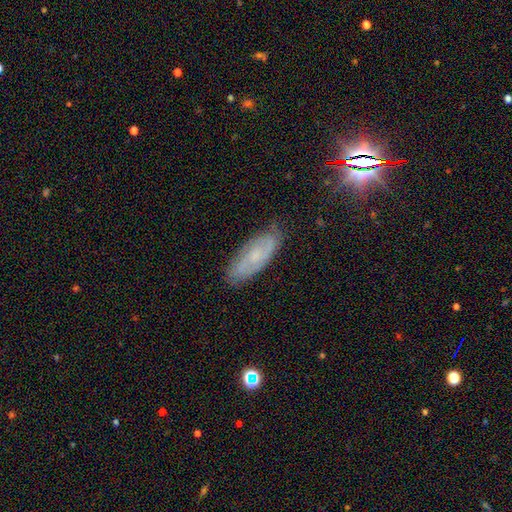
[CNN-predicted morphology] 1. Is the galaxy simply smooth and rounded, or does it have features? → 55% featured or disk, 34% smooth, 11% star or artifact.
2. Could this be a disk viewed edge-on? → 86% no, 14% yes.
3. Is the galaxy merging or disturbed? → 78% none, 17% minor disturbance, 4% major disturbance, 1% merger.